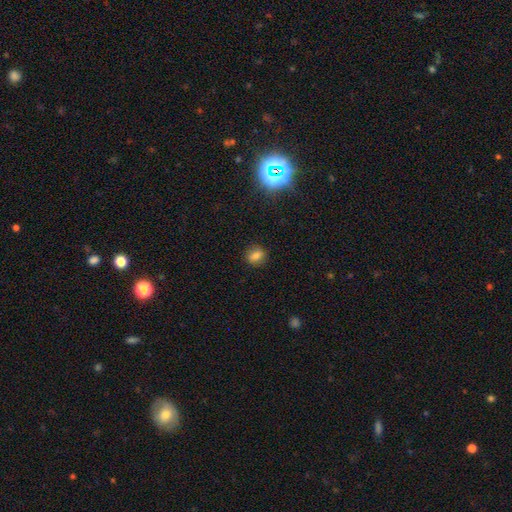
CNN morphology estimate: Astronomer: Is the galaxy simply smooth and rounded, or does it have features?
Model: smooth — 76%.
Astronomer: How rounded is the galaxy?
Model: round — 64%.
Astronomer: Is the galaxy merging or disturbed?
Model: none — 87%.